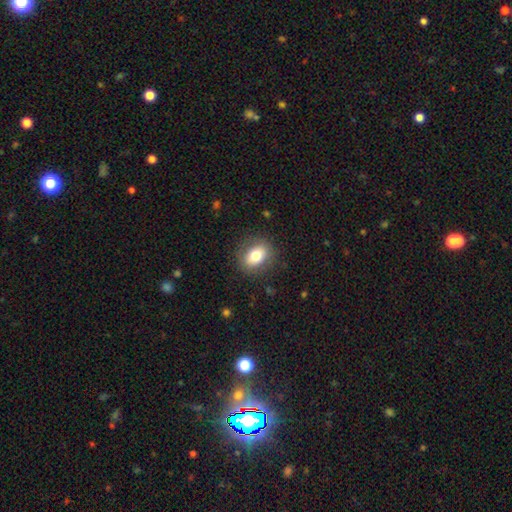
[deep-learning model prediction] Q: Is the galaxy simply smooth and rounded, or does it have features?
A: smooth — 75%.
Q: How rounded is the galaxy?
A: in between — 59%.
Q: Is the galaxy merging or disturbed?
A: none — 85%.